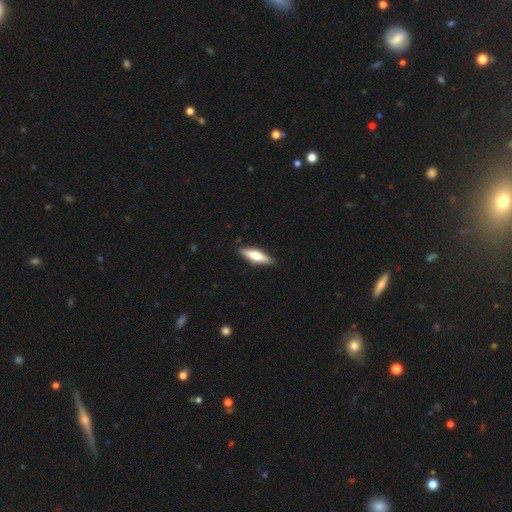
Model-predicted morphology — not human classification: Smooth or featured? Predicted: smooth (p=0.58). How rounded? Predicted: cigar-shaped (p=0.59). Merging? Predicted: none (p=0.88).